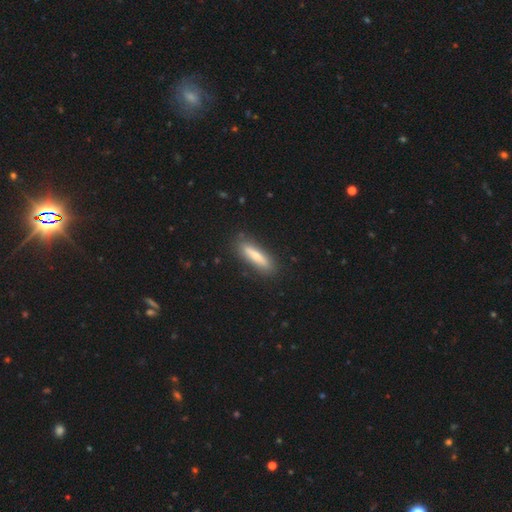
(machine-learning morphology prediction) Smooth or featured? smooth (68%)
How rounded? cigar-shaped (77%)
Merging? none (85%)